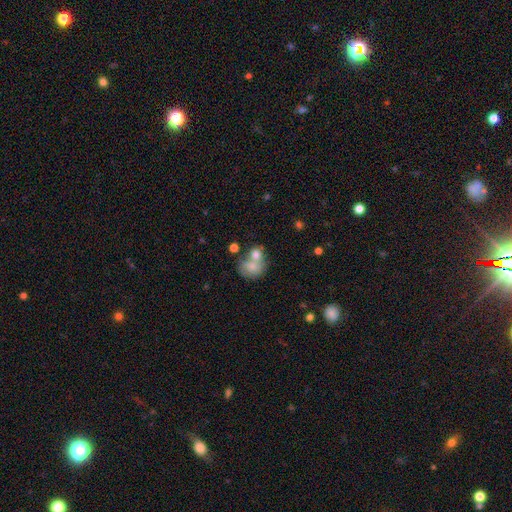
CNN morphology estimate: smooth 74%, featured or disk 17%, star or artifact 9%. Down the decision tree: how rounded — round (65%); merging — merger (54%).